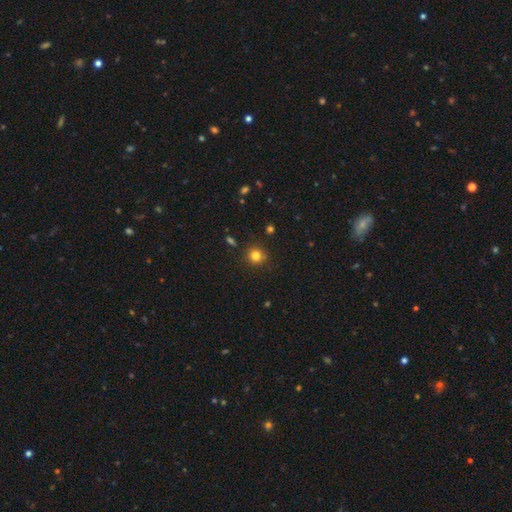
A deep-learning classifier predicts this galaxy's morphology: Smooth or featured: smooth — 80% (star or artifact — 14%)
How rounded: round — 92% (in between — 7%)
Merging: none — 88% (minor disturbance — 8%)